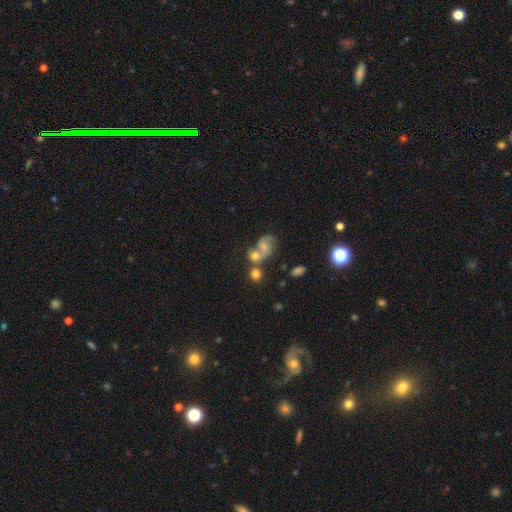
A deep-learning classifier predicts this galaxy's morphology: smooth-or-featured: featured or disk: 49% | smooth: 29% | star or artifact: 22%
  merging: none: 40% | merger: 36% | minor disturbance: 14% | major disturbance: 11%